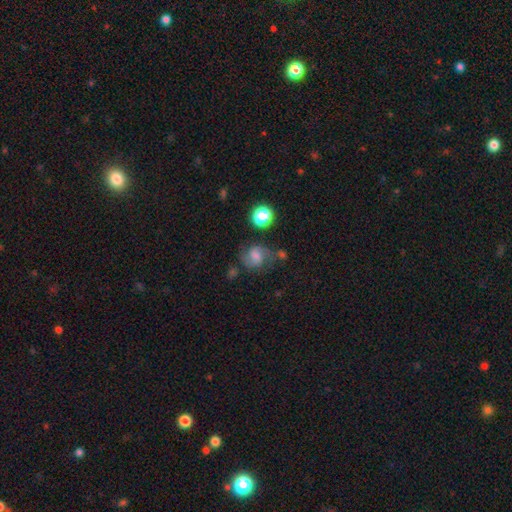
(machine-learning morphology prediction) Smooth or featured: smooth — 43% (featured or disk — 42%)
Merging: none — 55% (minor disturbance — 22%)